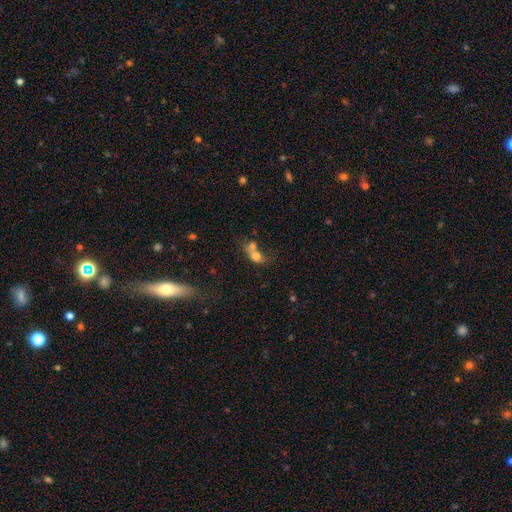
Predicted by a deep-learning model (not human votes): Smooth or featured? smooth (70%)
How rounded? in between (57%)
Merging? merger (66%)